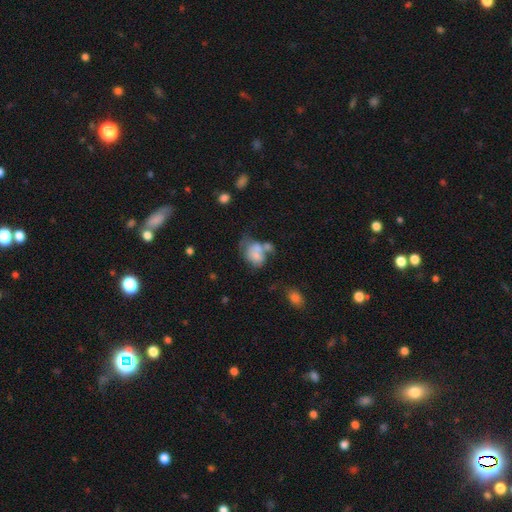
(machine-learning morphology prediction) type=smooth (56%); roundness=in between (68%); merging=merger (35%).